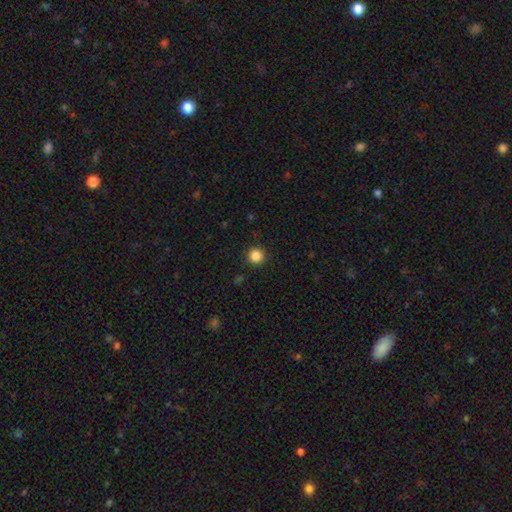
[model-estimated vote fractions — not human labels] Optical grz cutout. It shows a smooth galaxy with no disk features (86%) that is round (95%). Merging: none (92%).